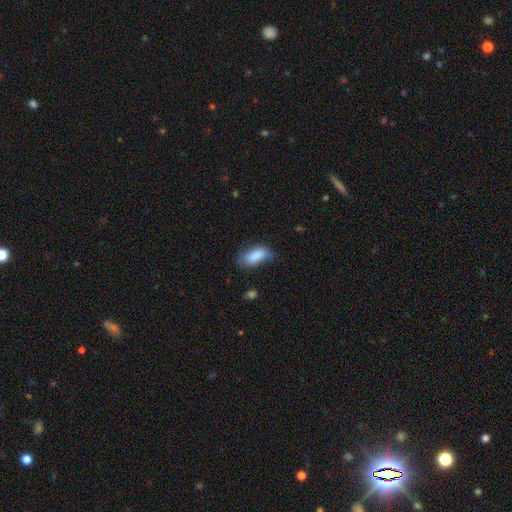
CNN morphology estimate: Smooth or featured?
  - smooth: 81% *
  - featured or disk: 12%
  - star or artifact: 7%
How rounded?
  - in between: 88% *
  - cigar-shaped: 9%
  - round: 3%
Merging?
  - none: 49% *
  - minor disturbance: 36%
  - major disturbance: 12%
  - merger: 3%